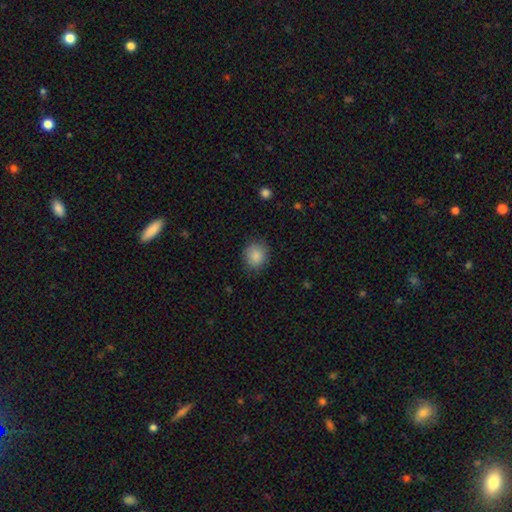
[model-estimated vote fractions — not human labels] Morphology: type=smooth (87%); roundness=round (76%); merging=none (84%).